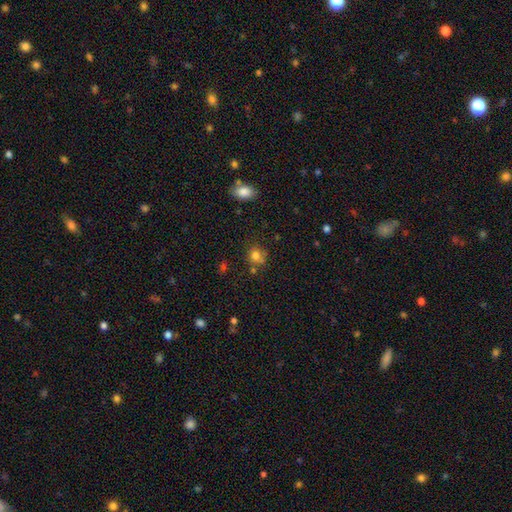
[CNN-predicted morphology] type=smooth (77%); roundness=round (75%); merging=none (61%).